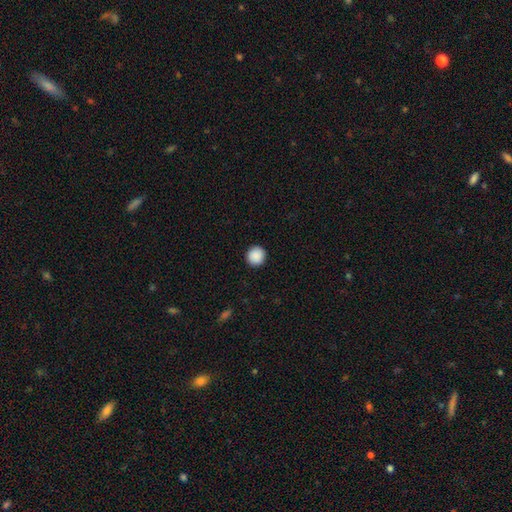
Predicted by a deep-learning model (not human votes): A smooth galaxy with no disk features (90%) that is round (95%). Merging: none (93%).